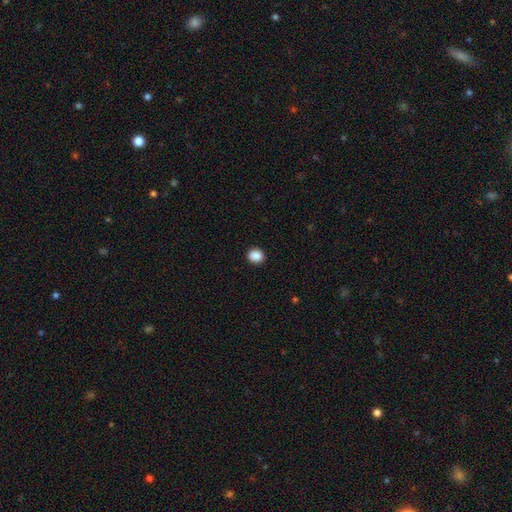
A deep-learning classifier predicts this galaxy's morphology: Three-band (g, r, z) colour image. It shows a smooth galaxy with no disk features (88%) that is round (75%). Merging: none (91%).